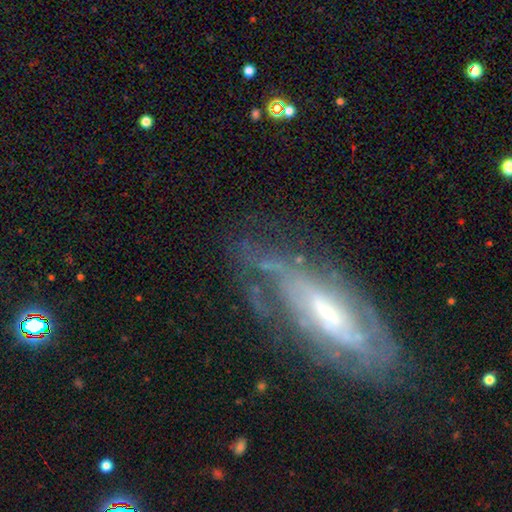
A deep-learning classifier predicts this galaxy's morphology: featured or disk 79%, smooth 13%, star or artifact 8%. Down the decision tree: edge-on disk — no (81%); bar — weak (41%, tied with no); spiral arms — yes (85%); spiral arm count — can't tell (53%); spiral winding — tight (54%); bulge size — moderate (44%); merging — none (65%).